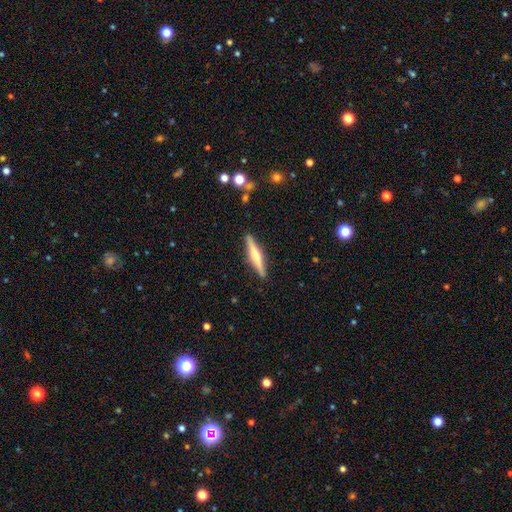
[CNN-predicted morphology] A featured or disk galaxy (56%) viewed edge-on (97%) with a rounded central bulge (70%).

Vote fractions:
- Smooth or featured? featured or disk: 56% / smooth: 38% / star or artifact: 6%
- Edge-on disk? yes: 97% / no: 3%
- Edge-on bulge? rounded: 70% / none: 17% / boxy: 13%
- Merging? none: 90% / minor disturbance: 7% / major disturbance: 1% / merger: 1%